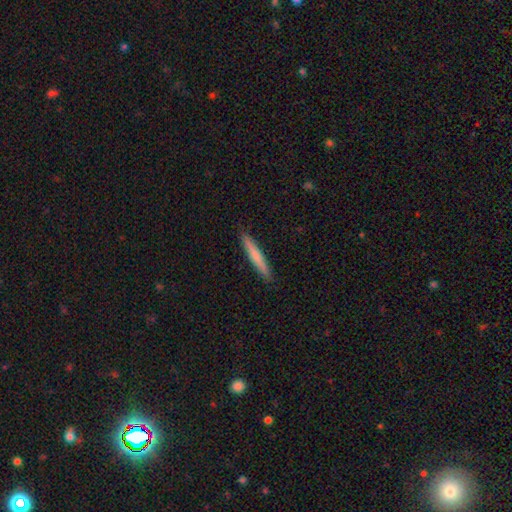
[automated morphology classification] Smooth or featured? smooth (73%)
How rounded? cigar-shaped (96%)
Merging? none (91%)